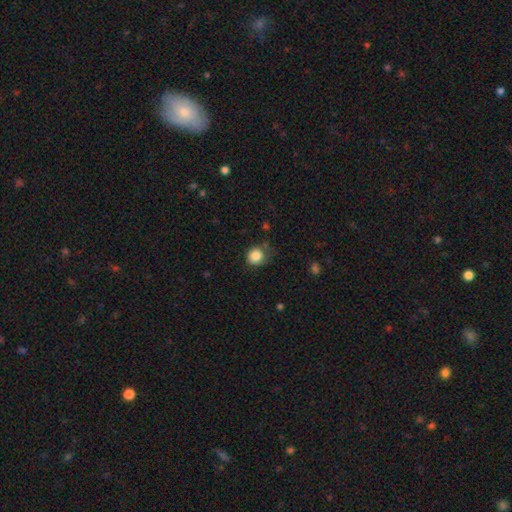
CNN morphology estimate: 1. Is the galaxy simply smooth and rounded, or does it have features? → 85% smooth, 10% star or artifact, 5% featured or disk.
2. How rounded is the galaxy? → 83% round, 16% in between, 1% cigar-shaped.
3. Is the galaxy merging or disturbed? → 67% none, 24% minor disturbance, 6% major disturbance, 3% merger.